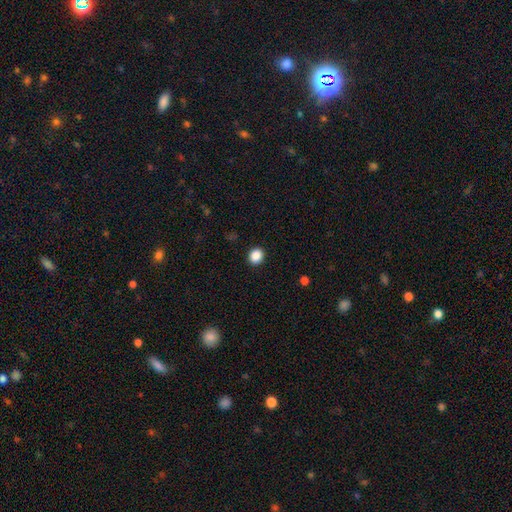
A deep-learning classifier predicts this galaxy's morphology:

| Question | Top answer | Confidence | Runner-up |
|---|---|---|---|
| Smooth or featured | smooth | 88% | star or artifact (10%) |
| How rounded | round | 76% | in between (23%) |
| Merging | none | 92% | minor disturbance (5%) |